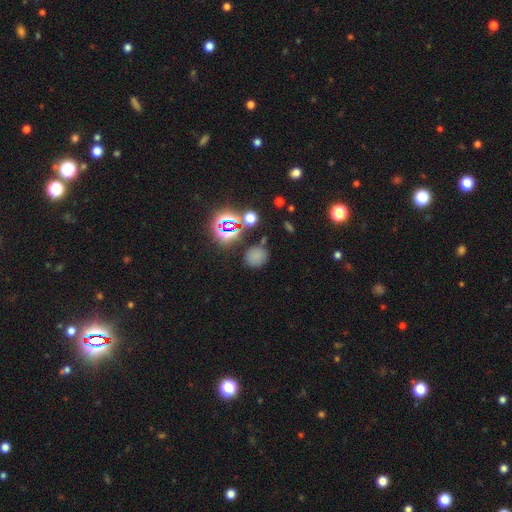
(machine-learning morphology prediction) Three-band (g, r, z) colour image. It shows a smooth galaxy with no disk features (66%) that is round (75%). Merging: none (76%).